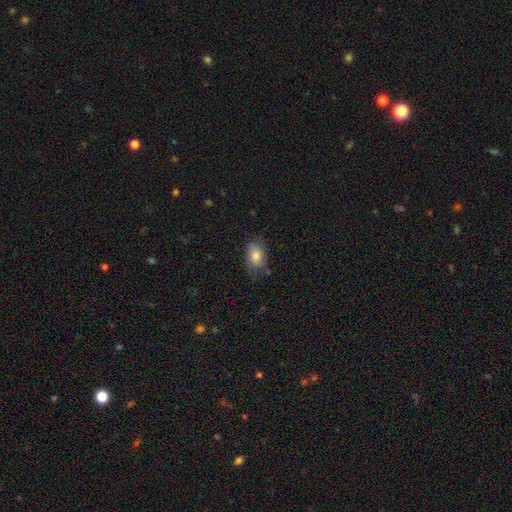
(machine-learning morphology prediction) Overall: smooth (81%). How rounded: in between (87%). Merging: none (66%).